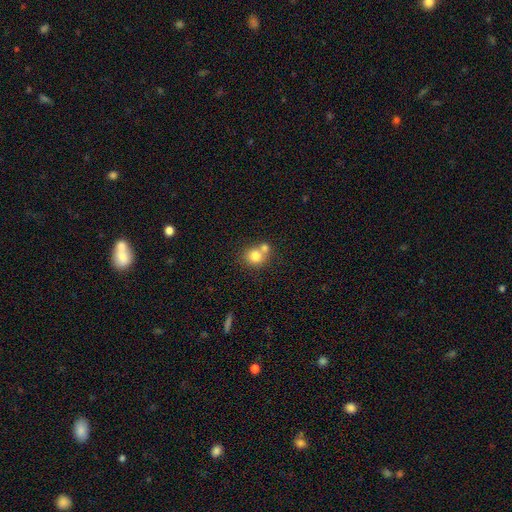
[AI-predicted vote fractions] Smooth or featured: smooth — 79% (featured or disk — 11%)
How rounded: round — 83% (in between — 16%)
Merging: merger — 47% (none — 43%)